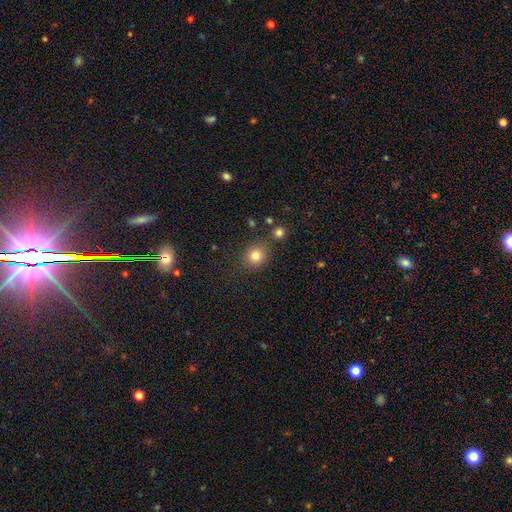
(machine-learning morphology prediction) This is clearly a smooth galaxy (81%). How rounded: clearly round (83%). Merging: clearly none (82%).